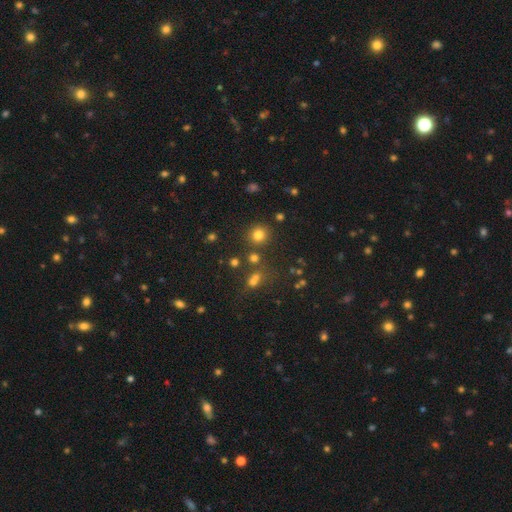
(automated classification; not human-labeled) Q: Smooth or featured?
A: star or artifact (50%); runner-up: smooth (40%)